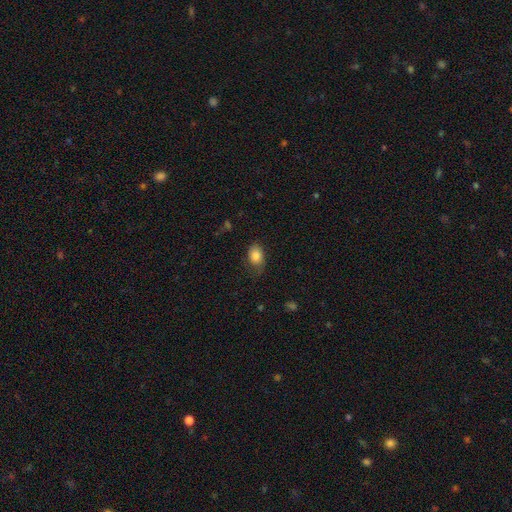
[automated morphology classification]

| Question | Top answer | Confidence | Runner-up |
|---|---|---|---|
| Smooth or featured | smooth | 83% | featured or disk (9%) |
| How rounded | in between | 77% | round (22%) |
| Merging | none | 62% | minor disturbance (26%) |